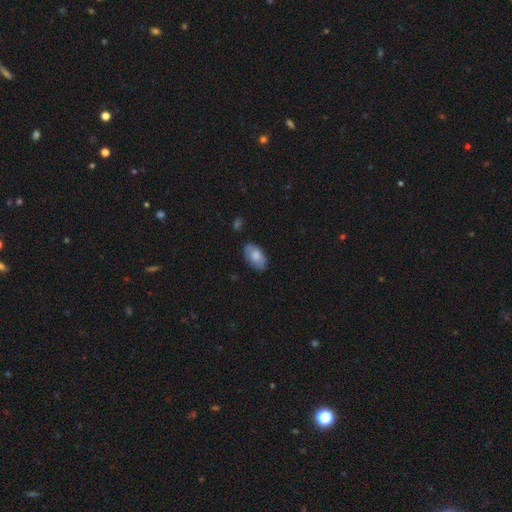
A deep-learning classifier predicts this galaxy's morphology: A smooth galaxy with no disk features (77%) that is in between round and cigar-shaped (94%).

Vote fractions:
- Smooth or featured? smooth: 77% / featured or disk: 16% / star or artifact: 7%
- How rounded? in between: 94% / round: 4% / cigar-shaped: 2%
- Merging? none: 78% / minor disturbance: 17% / major disturbance: 3% / merger: 2%